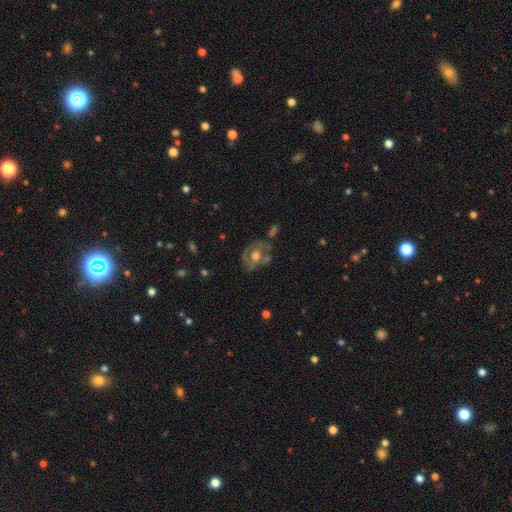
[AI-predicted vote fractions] Smooth or featured?
  - featured or disk: 55% *
  - smooth: 37%
  - star or artifact: 8%
Edge-on disk?
  - no: 95% *
  - yes: 5%
Bar?
  - no: 77% *
  - weak: 18%
  - strong: 6%
Spiral arms?
  - no: 71% *
  - yes: 29%
Bulge size?
  - moderate: 73% *
  - large: 12%
  - small: 12%
  - none: 2%
  - dominant: 1%
Merging?
  - none: 51% *
  - minor disturbance: 23%
  - major disturbance: 13%
  - merger: 13%